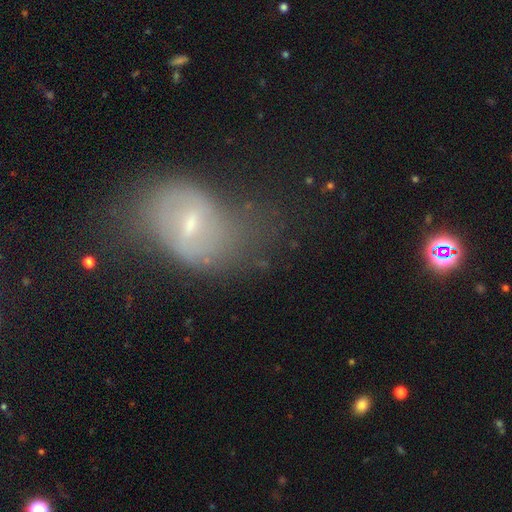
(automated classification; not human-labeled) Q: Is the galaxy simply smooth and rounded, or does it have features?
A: featured or disk — 55%.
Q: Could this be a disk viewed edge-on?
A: no — 91%.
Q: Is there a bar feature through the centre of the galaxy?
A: weak — 50%.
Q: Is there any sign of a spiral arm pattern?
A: no — 51%.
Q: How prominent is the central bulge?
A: small — 58%.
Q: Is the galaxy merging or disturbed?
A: none — 48%.